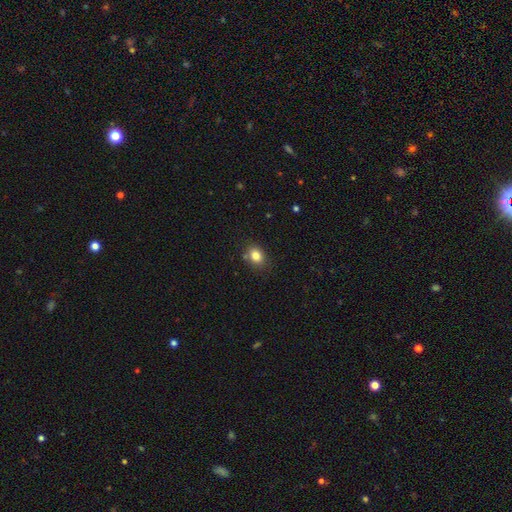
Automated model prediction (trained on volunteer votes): The model was most divided on "how rounded": in between: 54%, round: 45%, cigar-shaped: 1%. More confident: smooth or featured — smooth (82%); merging — none (78%).